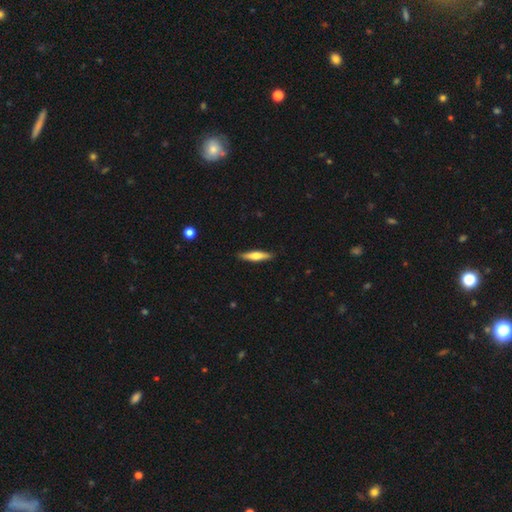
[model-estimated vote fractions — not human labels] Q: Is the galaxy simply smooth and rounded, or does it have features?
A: smooth — 54%.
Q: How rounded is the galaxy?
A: cigar-shaped — 83%.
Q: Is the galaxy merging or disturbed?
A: none — 89%.